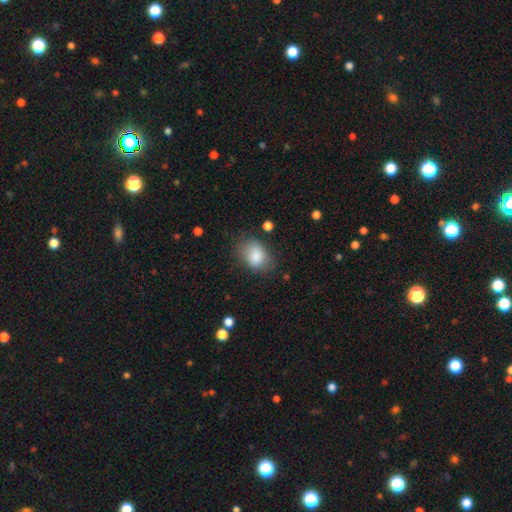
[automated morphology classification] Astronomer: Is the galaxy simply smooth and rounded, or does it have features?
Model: smooth — 85%.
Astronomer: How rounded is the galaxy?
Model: in between — 72%.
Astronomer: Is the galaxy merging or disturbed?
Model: none — 64%.